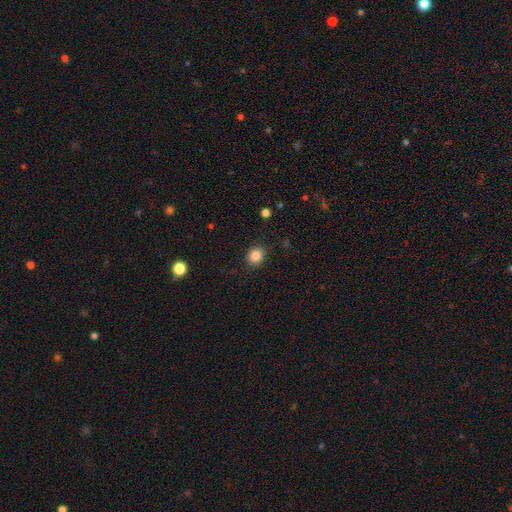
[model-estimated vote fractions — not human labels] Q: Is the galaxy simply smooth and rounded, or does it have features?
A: smooth — 84%.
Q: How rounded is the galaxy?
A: round — 66%.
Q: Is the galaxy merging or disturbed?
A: none — 88%.